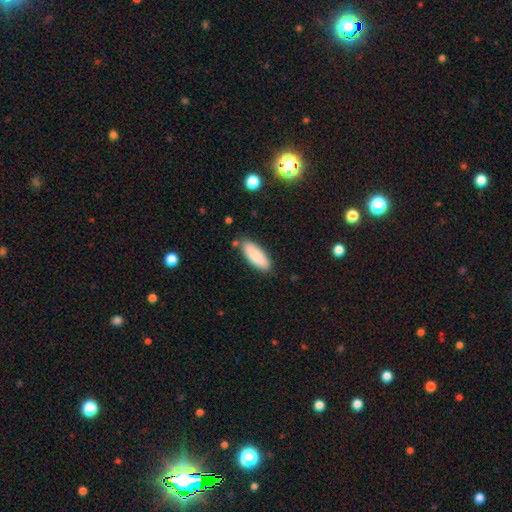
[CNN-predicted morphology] Smooth or featured?
  - smooth: 87% *
  - featured or disk: 7%
  - star or artifact: 6%
How rounded?
  - in between: 70% *
  - cigar-shaped: 29%
  - round: 2%
Merging?
  - none: 83% *
  - minor disturbance: 12%
  - merger: 3%
  - major disturbance: 2%